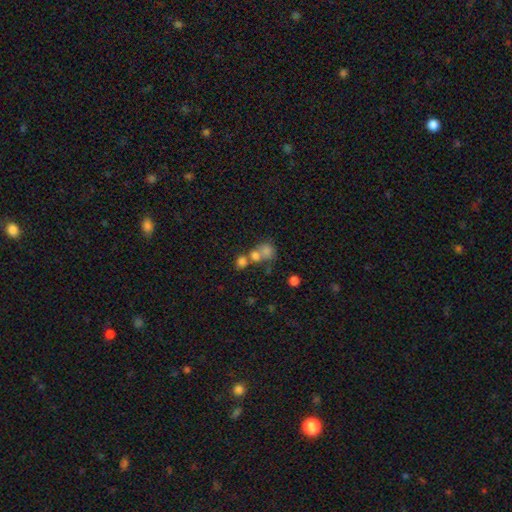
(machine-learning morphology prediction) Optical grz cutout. It shows a smooth galaxy with no disk features (70%) that is round (65%). Merging: merger (55%).